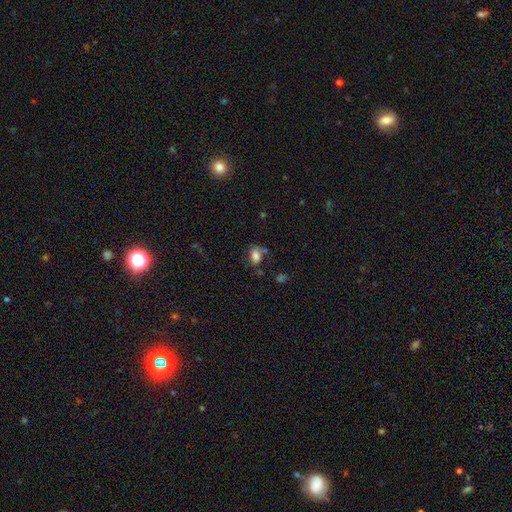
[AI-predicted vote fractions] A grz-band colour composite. It shows a smooth galaxy with no disk features (79%) that is in between round and cigar-shaped (81%). Merging: none (55%).